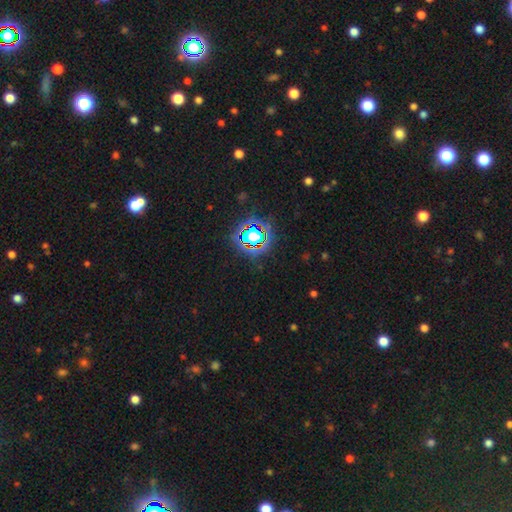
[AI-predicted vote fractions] A star or artifact, not a galaxy (79%).